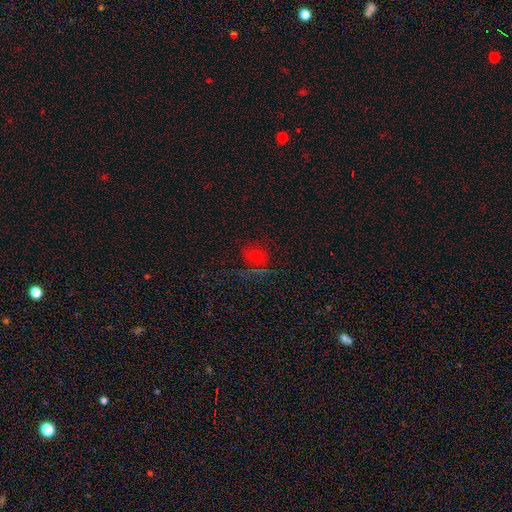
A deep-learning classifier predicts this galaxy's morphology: Smooth or featured? star or artifact (43%)